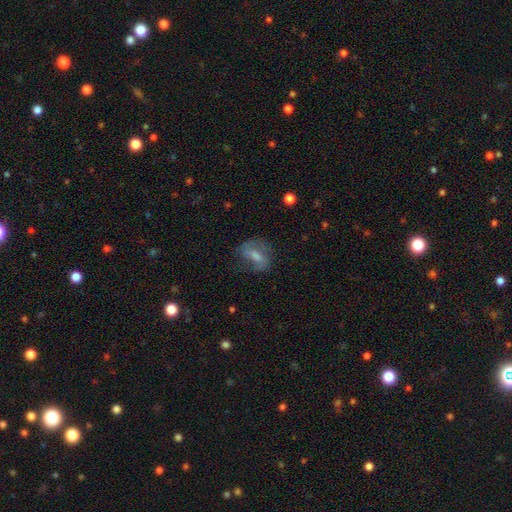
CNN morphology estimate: The model was most divided on "smooth or featured": smooth: 46%, featured or disk: 45%, star or artifact: 9%. More confident: merging — none (56%).